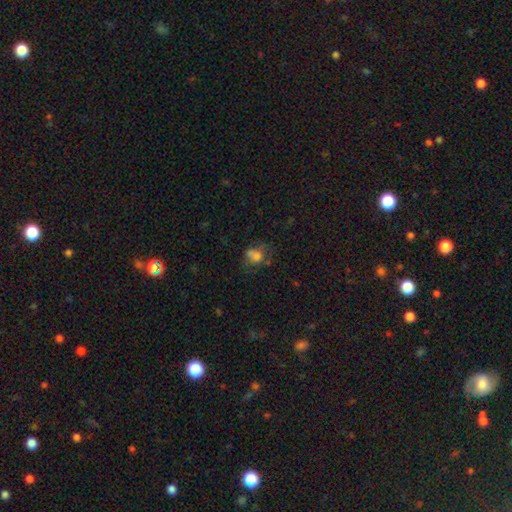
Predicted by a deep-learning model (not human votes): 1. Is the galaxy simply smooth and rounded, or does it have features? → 65% smooth, 20% featured or disk, 15% star or artifact.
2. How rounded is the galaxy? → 52% round, 47% in between, 1% cigar-shaped.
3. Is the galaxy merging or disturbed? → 39% none, 23% minor disturbance, 23% major disturbance, 15% merger.